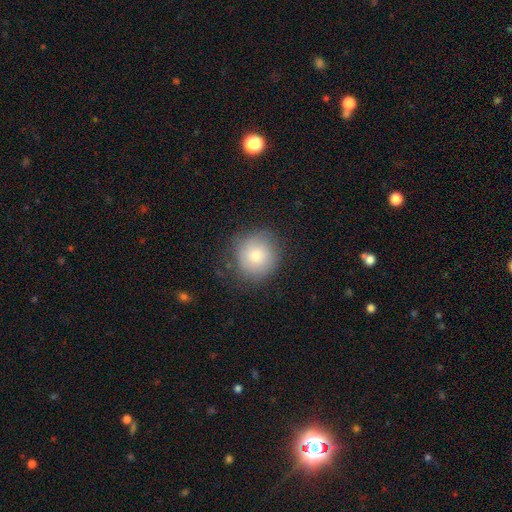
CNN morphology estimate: Smooth or featured? Predicted: smooth (p=0.77). How rounded? Predicted: round (p=0.92). Merging? Predicted: none (p=0.76).